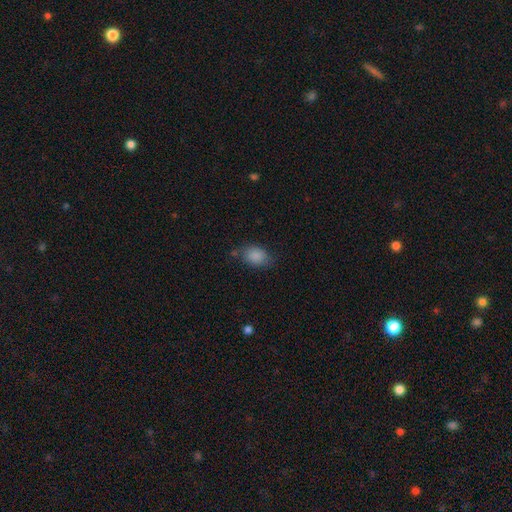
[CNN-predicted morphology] The model was most divided on "merging": none: 71%, minor disturbance: 20%, major disturbance: 6%, merger: 3%. More confident: smooth or featured — smooth (87%); how rounded — in between (76%).